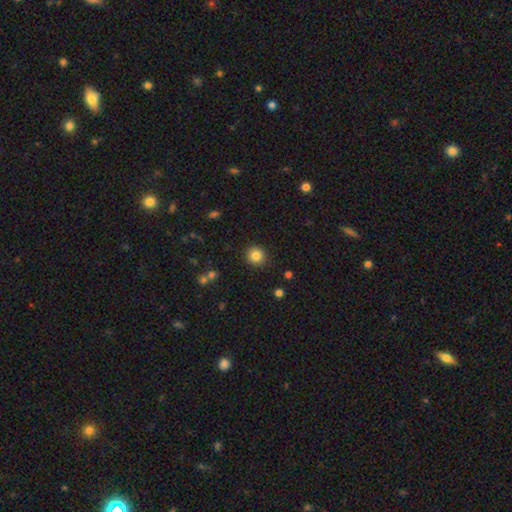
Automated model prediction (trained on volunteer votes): Smooth or featured: smooth — 84% (star or artifact — 11%)
How rounded: round — 93% (in between — 6%)
Merging: none — 91% (minor disturbance — 6%)